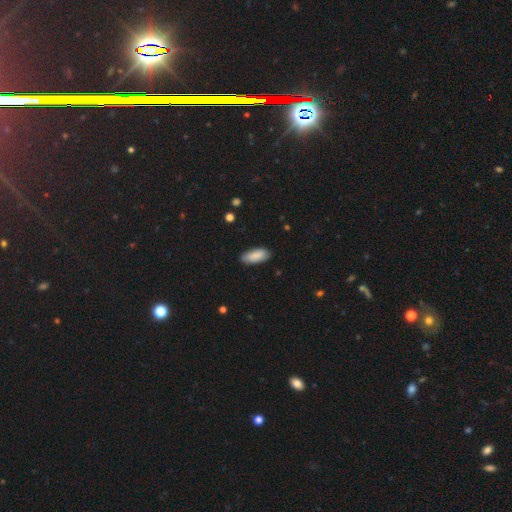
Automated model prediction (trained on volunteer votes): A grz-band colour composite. It shows a smooth galaxy with no disk features (88%) that is in between round and cigar-shaped (84%). Merging: none (84%).